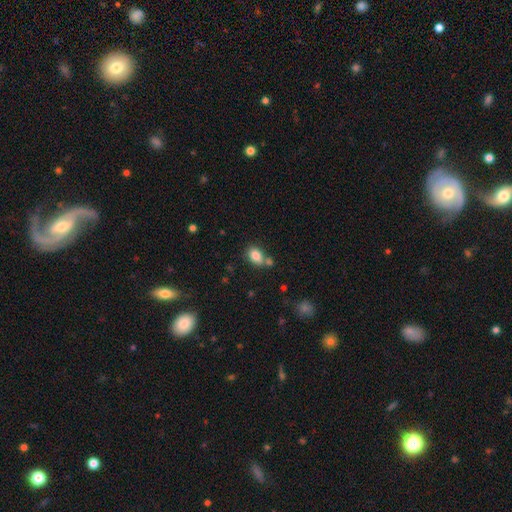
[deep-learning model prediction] A smooth galaxy with no disk features (83%) that is in between round and cigar-shaped (75%). Merging: none (57%).